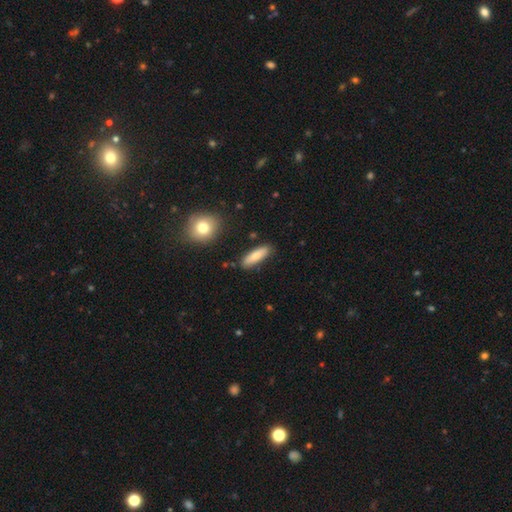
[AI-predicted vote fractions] Smooth or featured? smooth (77%)
How rounded? cigar-shaped (57%)
Merging? none (85%)